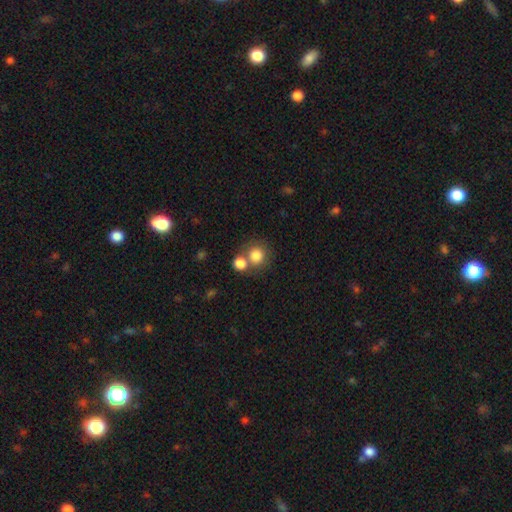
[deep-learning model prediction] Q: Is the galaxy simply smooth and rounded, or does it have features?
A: smooth — 82%.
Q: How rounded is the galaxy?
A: round — 88%.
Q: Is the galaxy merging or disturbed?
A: none — 54%.